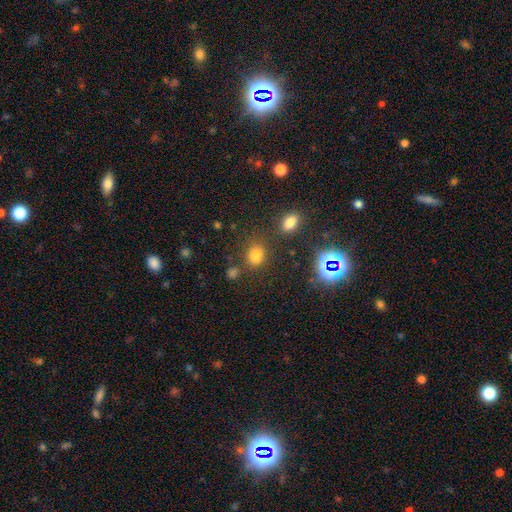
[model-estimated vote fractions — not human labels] Smooth or featured?
  - smooth: 73% *
  - star or artifact: 20%
  - featured or disk: 7%
How rounded?
  - round: 62% *
  - in between: 37%
  - cigar-shaped: 1%
Merging?
  - none: 77% *
  - minor disturbance: 11%
  - merger: 7%
  - major disturbance: 5%